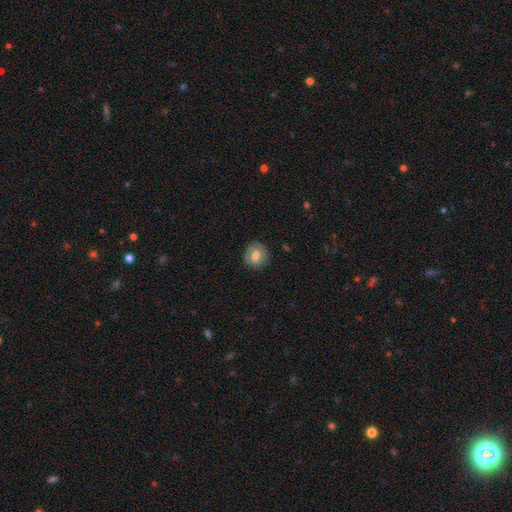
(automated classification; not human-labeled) Smooth or featured? smooth (68%)
How rounded? round (79%)
Merging? none (82%)